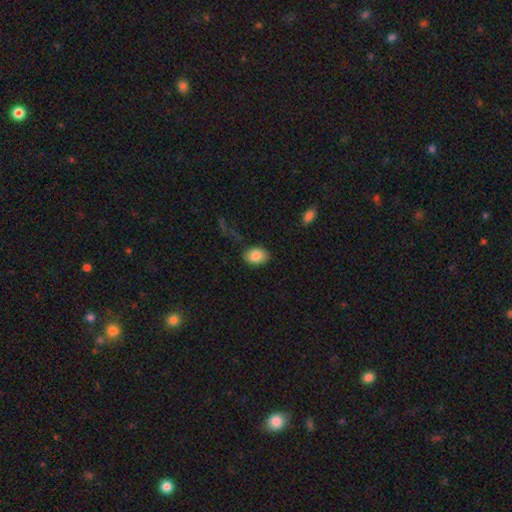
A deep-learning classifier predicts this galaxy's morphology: Smooth or featured? Predicted: smooth (p=0.85). How rounded? Predicted: in between (p=0.77). Merging? Predicted: none (p=0.83).